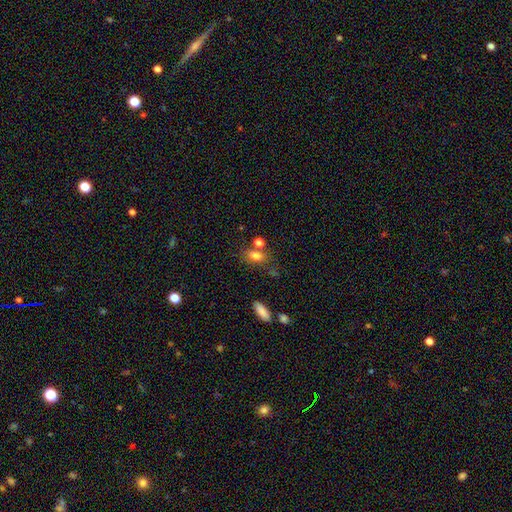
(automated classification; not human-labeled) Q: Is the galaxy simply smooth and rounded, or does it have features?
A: smooth — 79%.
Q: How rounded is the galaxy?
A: in between — 78%.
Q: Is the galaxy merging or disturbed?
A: none — 60%.